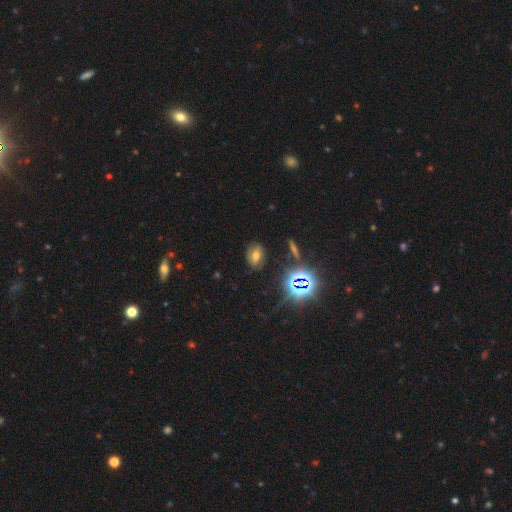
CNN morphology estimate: The model was most divided on "smooth or featured": smooth: 48%, star or artifact: 32%, featured or disk: 20%. More confident: merging — none (82%).